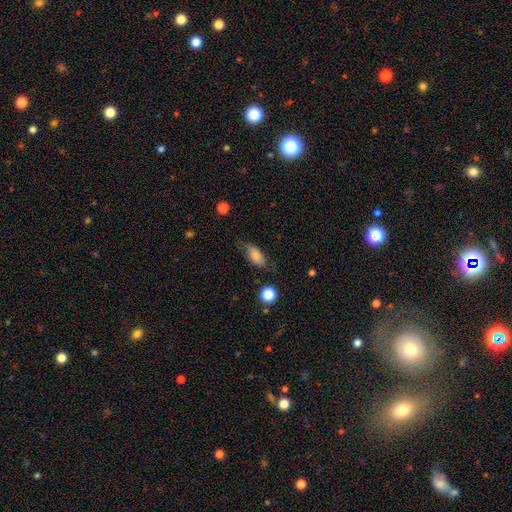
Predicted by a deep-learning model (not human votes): smooth 74%, featured or disk 18%, star or artifact 8%. Down the decision tree: how rounded — in between (85%); merging — none (63%).